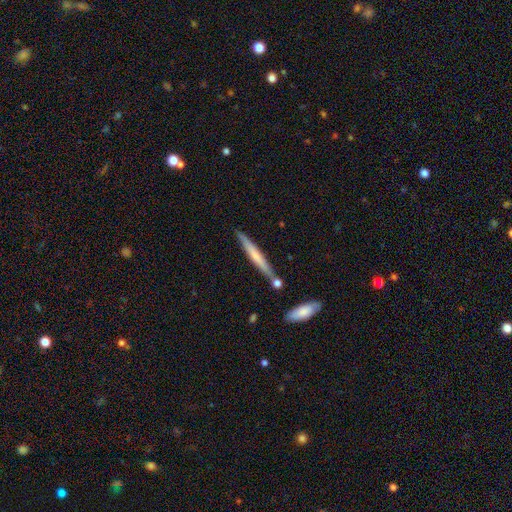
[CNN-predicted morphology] This is possibly a smooth galaxy (52%). How rounded: clearly cigar-shaped (96%). Merging: likely none (80%).